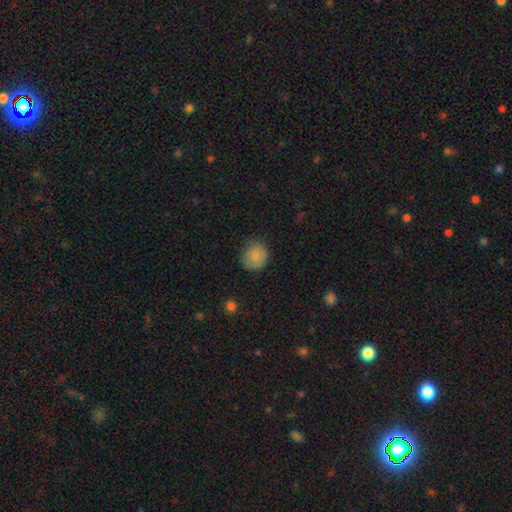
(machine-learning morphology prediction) Smooth or featured?
  - smooth: 84% *
  - star or artifact: 9%
  - featured or disk: 7%
How rounded?
  - round: 83% *
  - in between: 16%
  - cigar-shaped: 1%
Merging?
  - none: 74% *
  - minor disturbance: 20%
  - major disturbance: 5%
  - merger: 1%